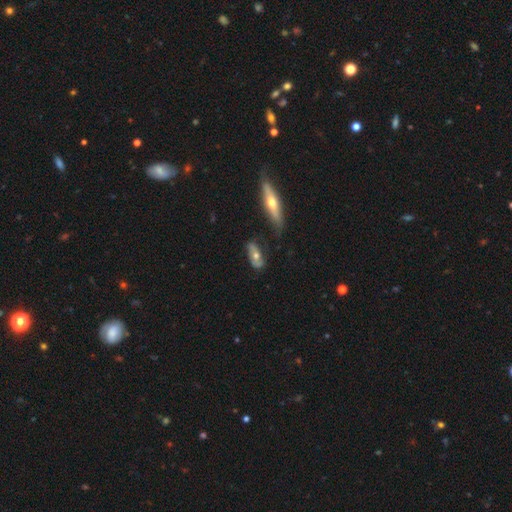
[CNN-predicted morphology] featured or disk 55%, smooth 37%, star or artifact 8%. Down the decision tree: edge-on disk — no (62%); merging — none (61%).